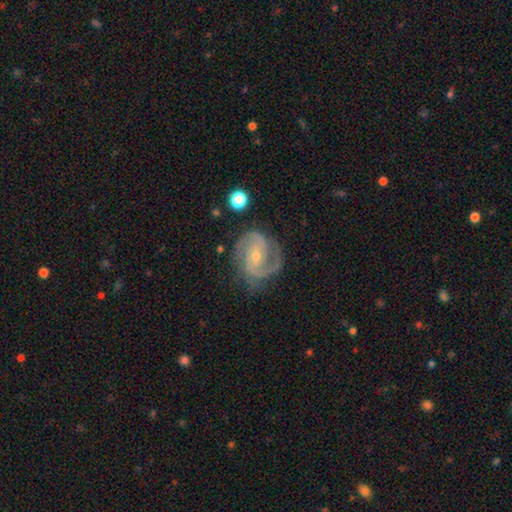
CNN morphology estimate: Q: Smooth or featured?
A: featured or disk (89%); runner-up: smooth (6%)
Q: Edge-on disk?
A: no (98%); runner-up: yes (2%)
Q: Bar?
A: no (41%); runner-up: weak (40%)
Q: Spiral arms?
A: yes (97%); runner-up: no (3%)
Q: Spiral winding?
A: medium (52%); runner-up: tight (35%)
Q: Spiral arm count?
A: 2 (70%); runner-up: 3 (15%)
Q: Bulge size?
A: small (66%); runner-up: moderate (31%)
Q: Merging?
A: none (72%); runner-up: minor disturbance (18%)